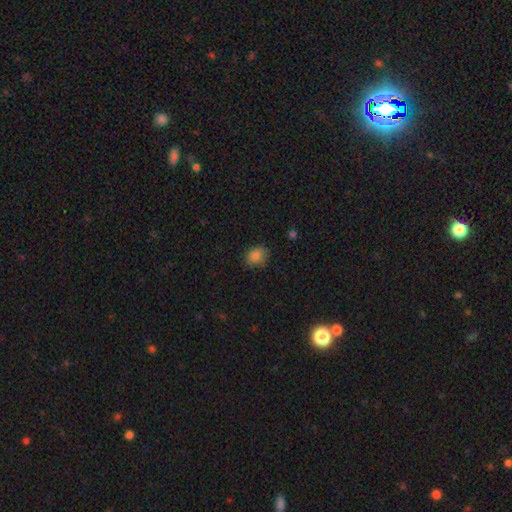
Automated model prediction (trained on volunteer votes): smooth_or_featured: smooth (p=0.85) [alt: star or artifact p=0.10]
how_rounded: round (p=0.53) [alt: in between p=0.46]
merging: none (p=0.82) [alt: minor disturbance p=0.14]